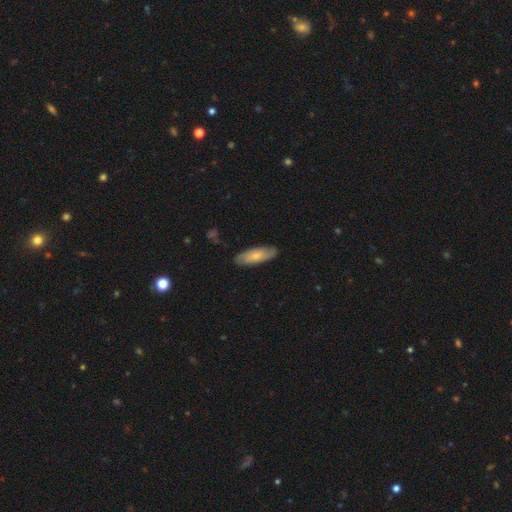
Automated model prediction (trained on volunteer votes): Overall: smooth (69%). How rounded: in between (61%; cigar-shaped 37%). Merging: none (85%).